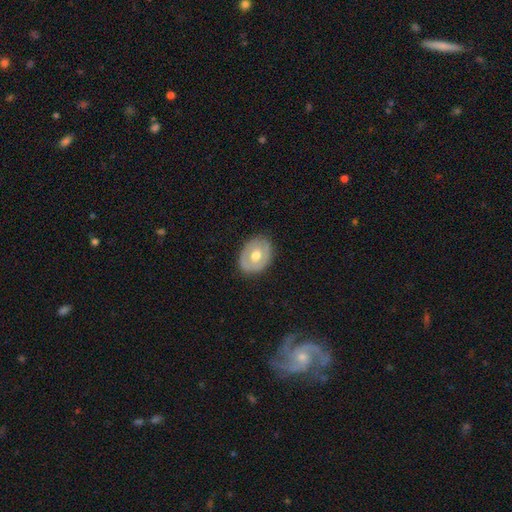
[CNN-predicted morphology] This appears to be a featured or disk galaxy (50%). Merging: none (82%).